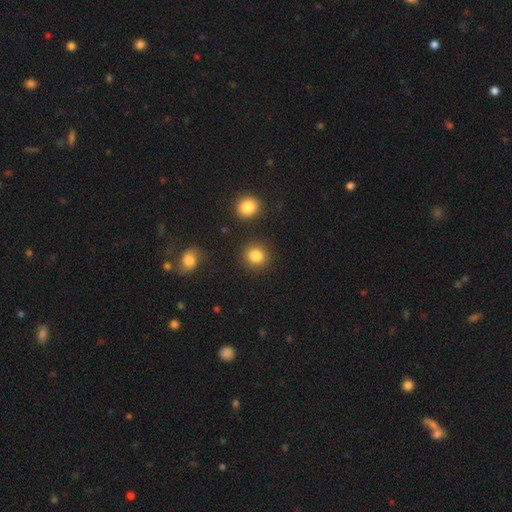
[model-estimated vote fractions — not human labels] Morphology: type=smooth (85%); roundness=round (87%); merging=none (87%).